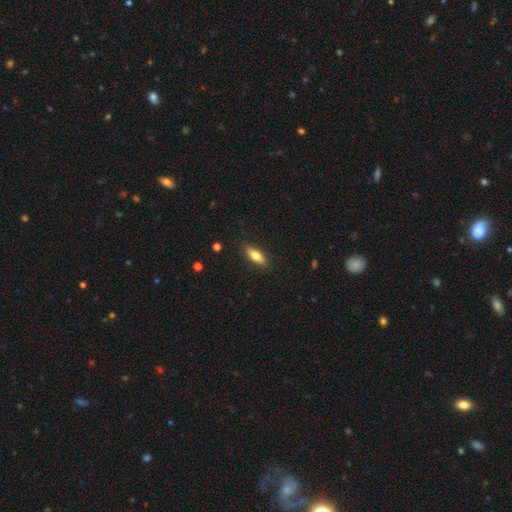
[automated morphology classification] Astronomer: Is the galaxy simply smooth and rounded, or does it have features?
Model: smooth — 76%.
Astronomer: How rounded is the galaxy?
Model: in between — 65%.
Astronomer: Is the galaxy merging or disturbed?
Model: none — 87%.